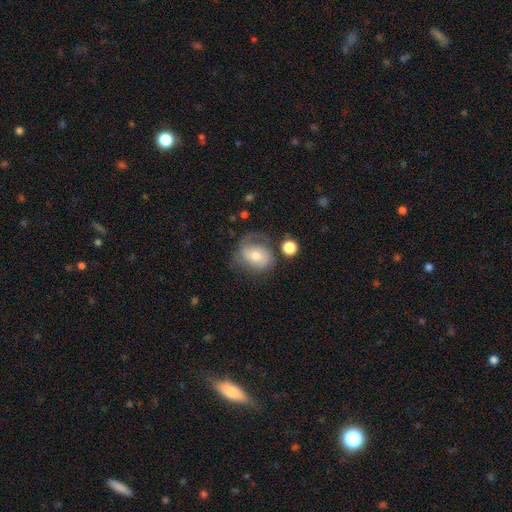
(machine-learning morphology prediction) Smooth or featured: featured or disk — 56% (smooth — 35%)
Edge-on disk: no — 96% (yes — 4%)
Bar: no — 59% (weak — 32%)
Spiral arms: yes — 82% (no — 18%)
Bulge size: moderate — 60% (small — 32%)
Merging: none — 48% (minor disturbance — 25%)